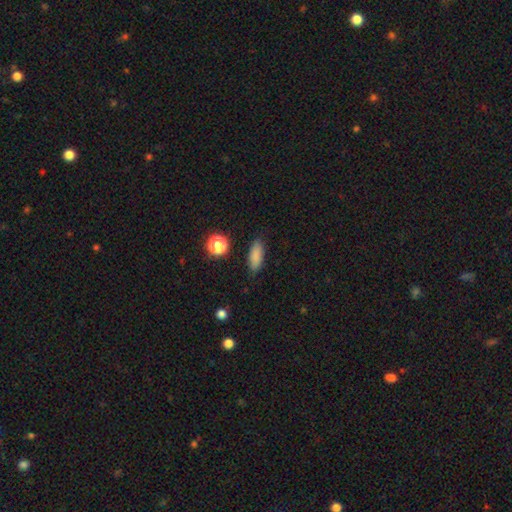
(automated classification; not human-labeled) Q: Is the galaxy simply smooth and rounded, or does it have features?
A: smooth — 84%.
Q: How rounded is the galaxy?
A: in between — 68%.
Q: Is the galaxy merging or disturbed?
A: none — 85%.